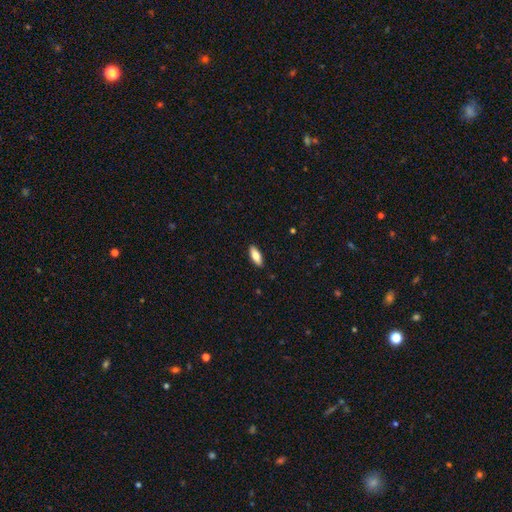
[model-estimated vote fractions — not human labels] smooth-or-featured: smooth: 75% | featured or disk: 19% | star or artifact: 6%
  how-rounded: in between: 70% | cigar-shaped: 28% | round: 2%
  merging: none: 90% | minor disturbance: 8% | major disturbance: 2% | merger: 1%